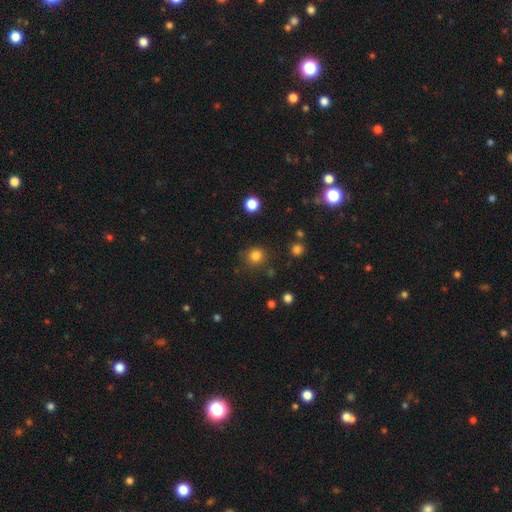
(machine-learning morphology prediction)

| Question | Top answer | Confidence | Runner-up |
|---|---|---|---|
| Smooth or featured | smooth | 82% | star or artifact (14%) |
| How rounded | round | 91% | in between (8%) |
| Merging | none | 85% | minor disturbance (9%) |